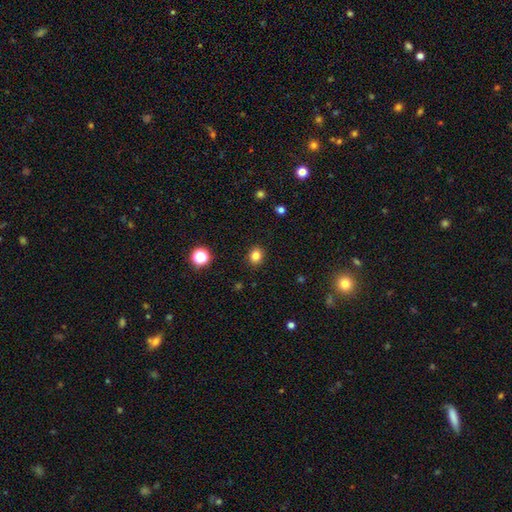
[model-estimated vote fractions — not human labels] smooth-or-featured: smooth: 82% | star or artifact: 13% | featured or disk: 5%
  how-rounded: round: 72% | in between: 27% | cigar-shaped: 1%
  merging: none: 90% | minor disturbance: 6% | major disturbance: 2% | merger: 1%